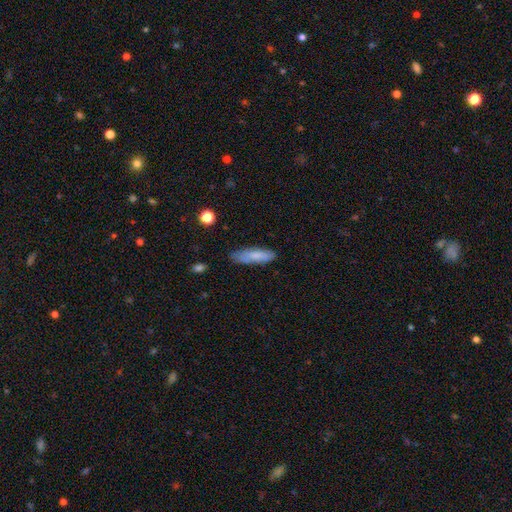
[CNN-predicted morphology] smooth_or_featured: smooth (p=0.77) [alt: featured or disk p=0.16]
how_rounded: cigar-shaped (p=0.61) [alt: in between p=0.38]
merging: none (p=0.75) [alt: minor disturbance p=0.19]